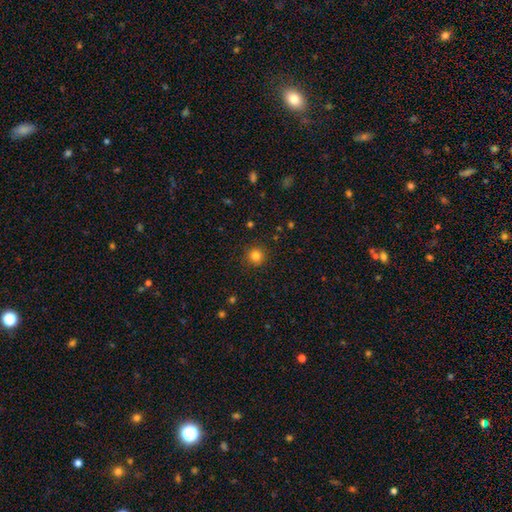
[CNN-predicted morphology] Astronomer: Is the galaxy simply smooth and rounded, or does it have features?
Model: smooth — 83%.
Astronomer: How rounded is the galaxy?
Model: round — 93%.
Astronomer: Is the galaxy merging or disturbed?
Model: none — 90%.